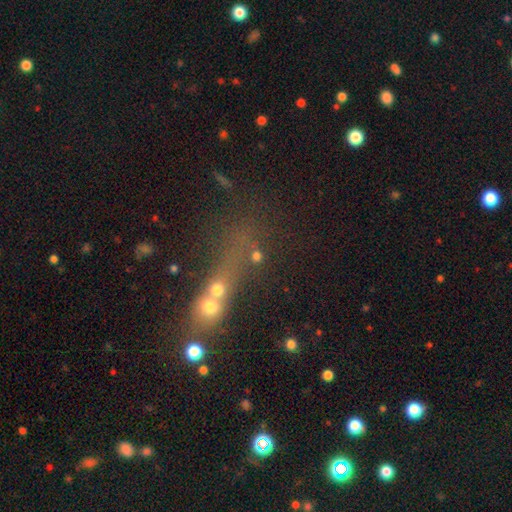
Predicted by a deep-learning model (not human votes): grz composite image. It shows a smooth galaxy with no disk features (49%). Merging: merger (59%).